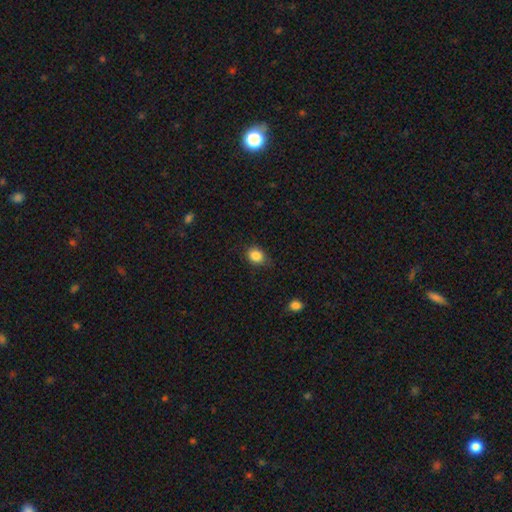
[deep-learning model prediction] Overall: smooth (85%). How rounded: round (54%; in between 45%). Merging: none (76%).